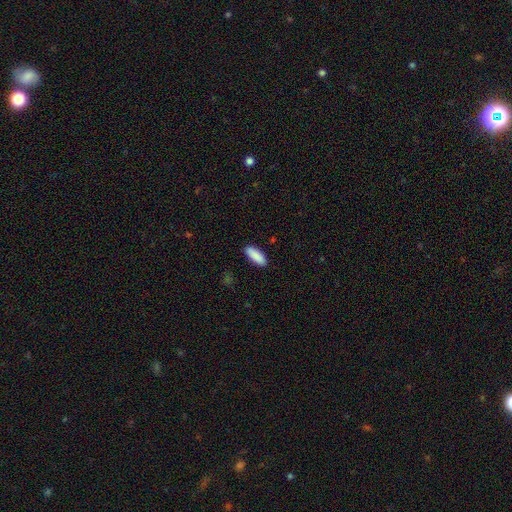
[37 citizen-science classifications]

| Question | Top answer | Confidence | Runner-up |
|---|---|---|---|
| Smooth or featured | smooth | 86% | featured or disk (8%) |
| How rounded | in between | 59% | cigar-shaped (41%) |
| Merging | none | 94% | minor disturbance (3%) |